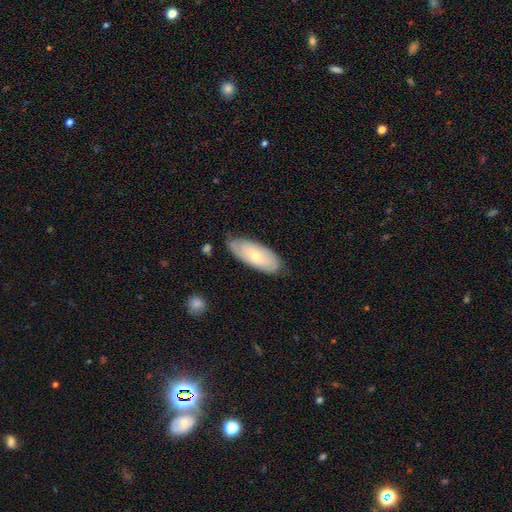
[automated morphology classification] type=smooth (55%); roundness=in between (83%); merging=none (72%).